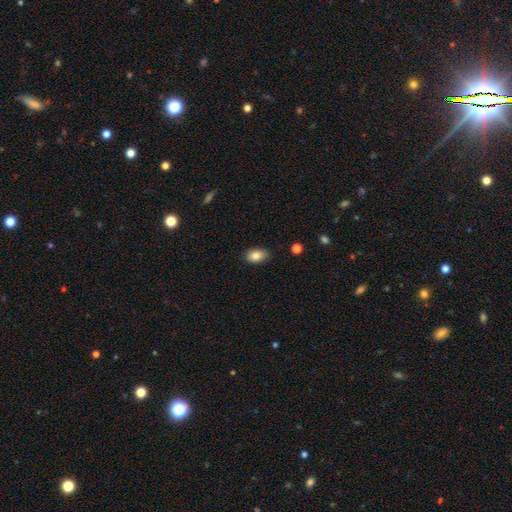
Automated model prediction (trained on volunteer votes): A smooth galaxy with no disk features (84%) that is in between round and cigar-shaped (88%). Merging: none (86%).